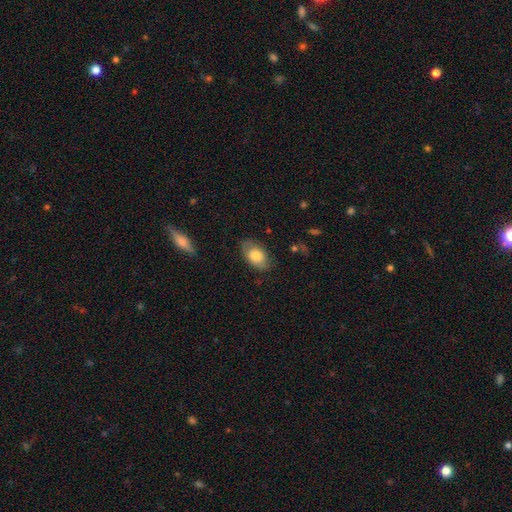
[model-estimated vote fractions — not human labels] A smooth galaxy with no disk features (75%) that is in between round and cigar-shaped (90%).

Vote fractions:
- Smooth or featured? smooth: 75% / featured or disk: 18% / star or artifact: 7%
- How rounded? in between: 90% / round: 9% / cigar-shaped: 1%
- Merging? none: 74% / minor disturbance: 20% / major disturbance: 5% / merger: 1%